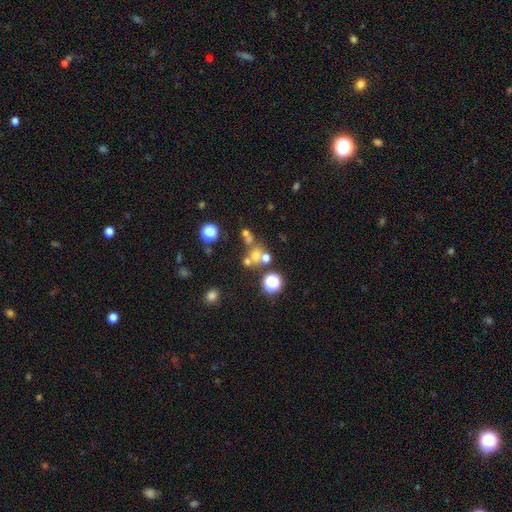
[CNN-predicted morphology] smooth-or-featured: smooth: 53% | star or artifact: 29% | featured or disk: 18%
  how-rounded: round: 81% | in between: 18% | cigar-shaped: 1%
  merging: none: 46% | merger: 39% | minor disturbance: 9% | major disturbance: 7%